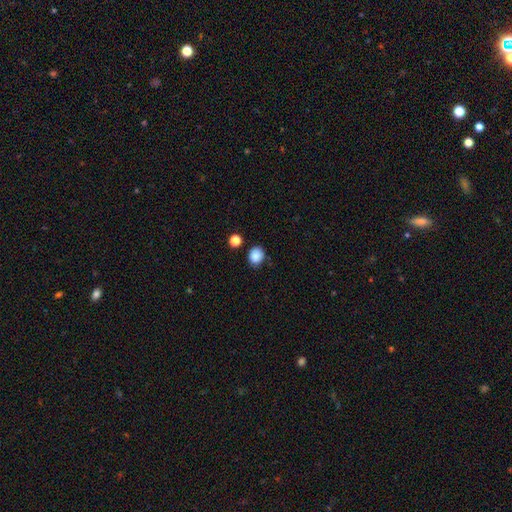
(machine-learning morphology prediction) smooth-or-featured: smooth: 87% | star or artifact: 10% | featured or disk: 4%
  how-rounded: round: 63% | in between: 36% | cigar-shaped: 1%
  merging: none: 79% | minor disturbance: 13% | merger: 4% | major disturbance: 3%